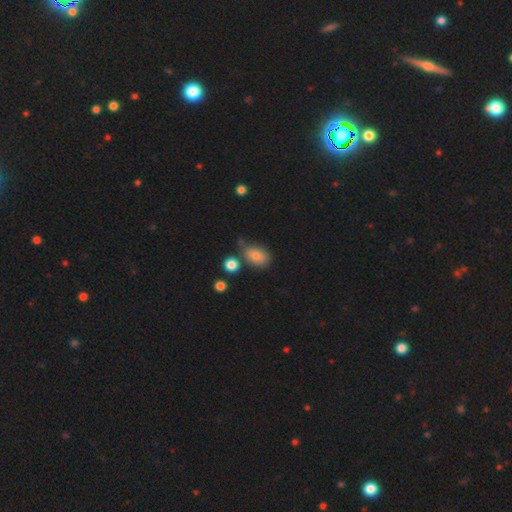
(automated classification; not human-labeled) smooth 80%, featured or disk 10%, star or artifact 10%. Down the decision tree: how rounded — in between (83%); merging — none (55%).